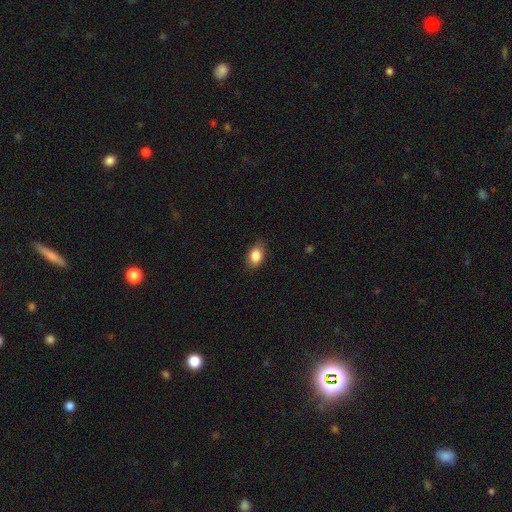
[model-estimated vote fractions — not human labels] Q: Smooth or featured?
A: smooth (86%); runner-up: star or artifact (8%)
Q: How rounded?
A: in between (77%); runner-up: round (22%)
Q: Merging?
A: none (78%); runner-up: minor disturbance (18%)